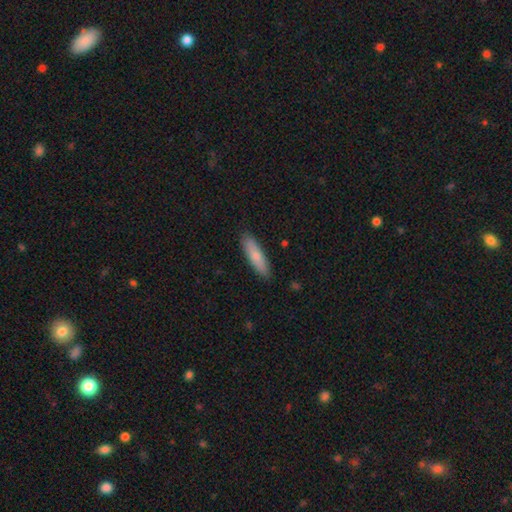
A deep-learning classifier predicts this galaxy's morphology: A smooth galaxy with no disk features (78%) that is cigar-shaped (66%).

Vote fractions:
- Smooth or featured? smooth: 78% / featured or disk: 16% / star or artifact: 6%
- How rounded? cigar-shaped: 66% / in between: 33% / round: 2%
- Merging? none: 88% / minor disturbance: 9% / major disturbance: 2% / merger: 1%